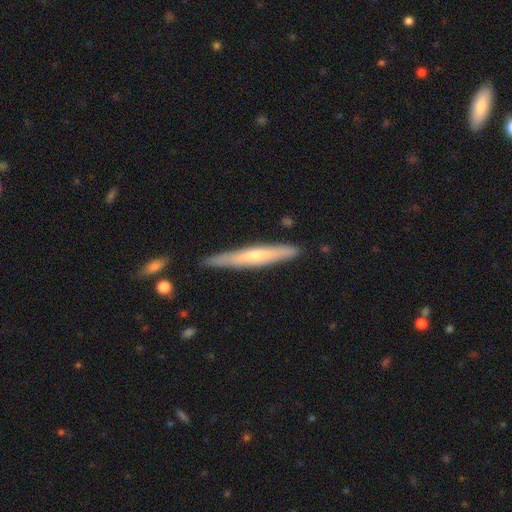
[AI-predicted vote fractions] Smooth or featured? Predicted: featured or disk (p=0.53). Edge-on disk? Predicted: yes (p=0.89). Merging? Predicted: none (p=0.84).